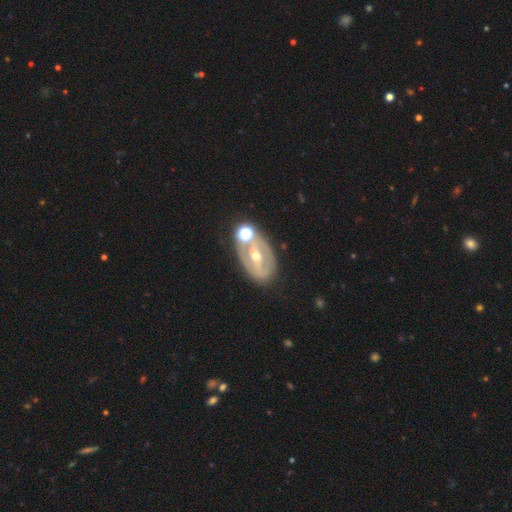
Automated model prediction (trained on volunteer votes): A featured or disk galaxy (74%) with a strong bar (38%), no spiral arms (57%) and a moderate central bulge (67%).

Vote fractions:
- Smooth or featured? featured or disk: 74% / smooth: 19% / star or artifact: 8%
- Edge-on disk? no: 93% / yes: 7%
- Bar? strong: 38% / weak: 33% / no: 29%
- Spiral arms? no: 57% / yes: 43%
- Bulge size? moderate: 67% / small: 26% / large: 4% / none: 1% / dominant: 1%
- Merging? none: 61% / minor disturbance: 17% / merger: 15% / major disturbance: 7%